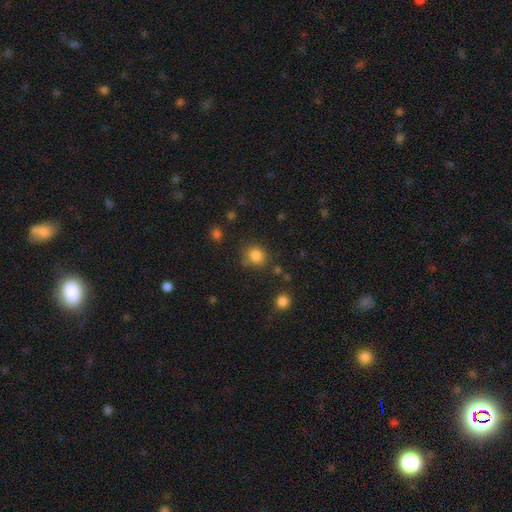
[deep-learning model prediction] This is clearly a smooth galaxy (84%). How rounded: clearly round (82%). Merging: likely none (77%).